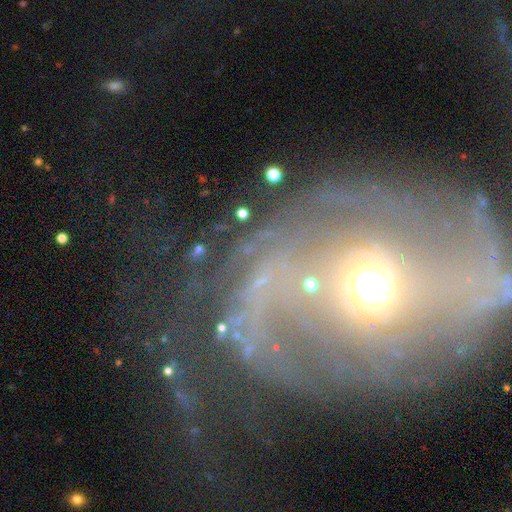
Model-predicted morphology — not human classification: Smooth or featured: featured or disk — 72% (star or artifact — 15%)
Edge-on disk: no — 96% (yes — 4%)
Bar: no — 69% (weak — 20%)
Spiral arms: yes — 73% (no — 27%)
Spiral winding: tight — 36% (medium — 34%)
Spiral arm count: 2 — 35% (can't tell — 27%)
Bulge size: moderate — 59% (small — 20%)
Merging: none — 48% (major disturbance — 31%)